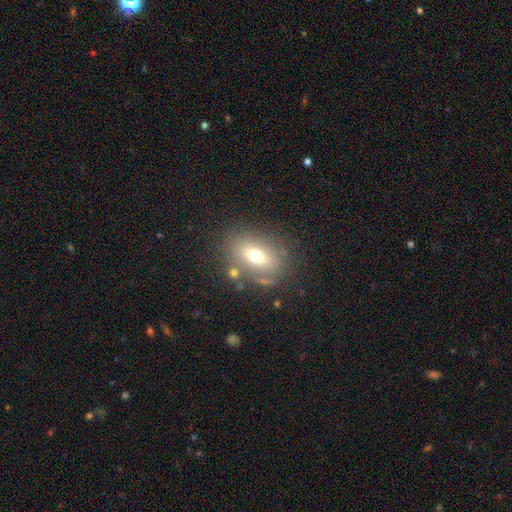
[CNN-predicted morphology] The model was most divided on "smooth or featured": smooth: 63%, featured or disk: 23%, star or artifact: 14%. More confident: merging — none (74%); how rounded — in between (71%).